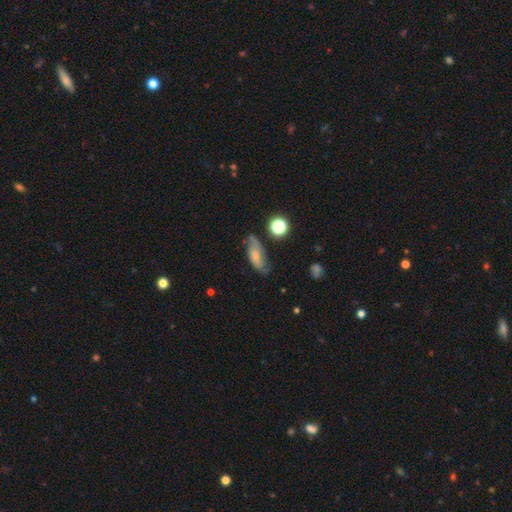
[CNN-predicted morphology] Q: Smooth or featured?
A: smooth (52%); runner-up: featured or disk (38%)
Q: How rounded?
A: in between (76%); runner-up: cigar-shaped (19%)
Q: Merging?
A: none (52%); runner-up: minor disturbance (30%)